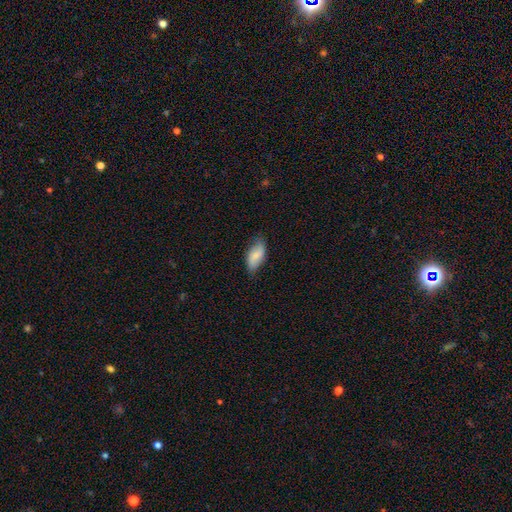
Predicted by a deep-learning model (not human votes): Smooth or featured? Predicted: smooth (p=0.67). How rounded? Predicted: in between (p=0.92). Merging? Predicted: none (p=0.71).